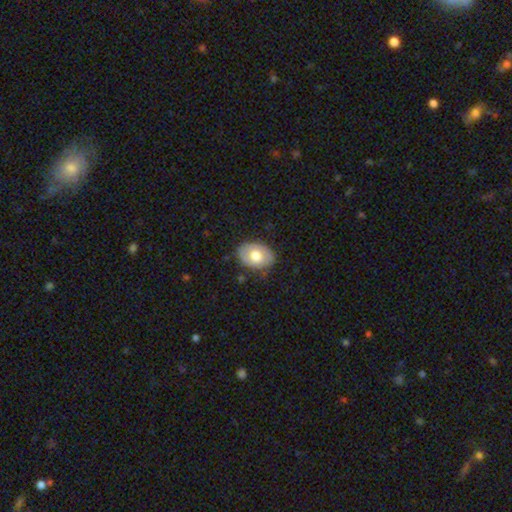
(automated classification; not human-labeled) Overall: smooth (67%; featured or disk 27%). How rounded: in between (79%). Merging: none (80%).